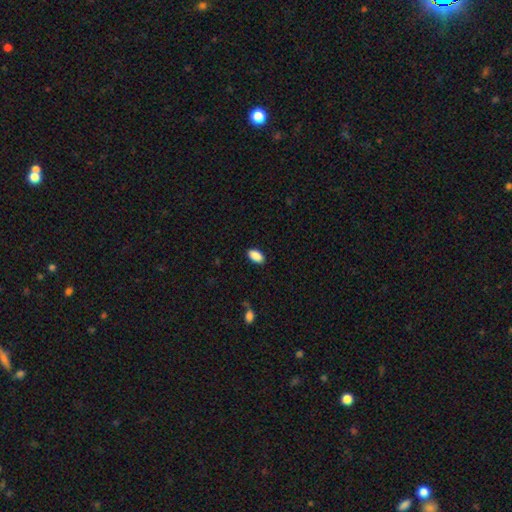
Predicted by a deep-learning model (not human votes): smooth-or-featured: smooth: 90% | star or artifact: 7% | featured or disk: 3%
  how-rounded: in between: 93% | round: 4% | cigar-shaped: 3%
  merging: none: 88% | minor disturbance: 9% | major disturbance: 2% | merger: 1%